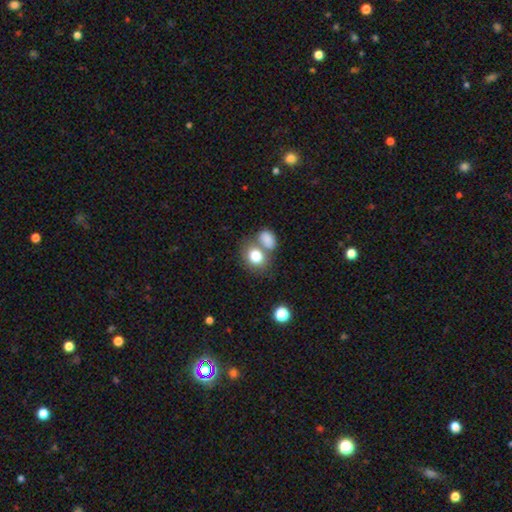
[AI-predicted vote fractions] smooth_or_featured: smooth (p=0.80) [alt: featured or disk p=0.10]
how_rounded: round (p=0.51) [alt: in between p=0.48]
merging: none (p=0.43) [alt: merger p=0.41]